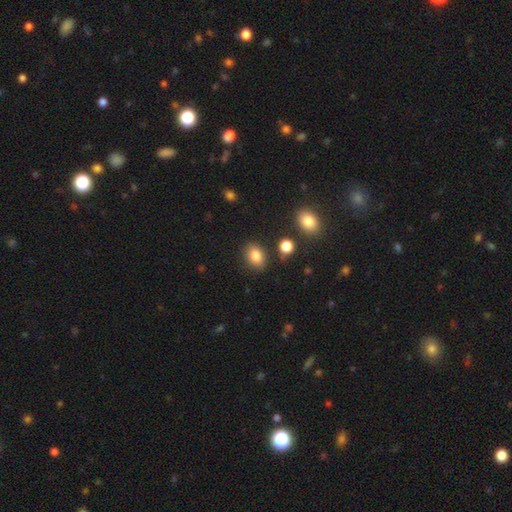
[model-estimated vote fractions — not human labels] Smooth or featured? Predicted: smooth (p=0.84). How rounded? Predicted: in between (p=0.75). Merging? Predicted: none (p=0.82).